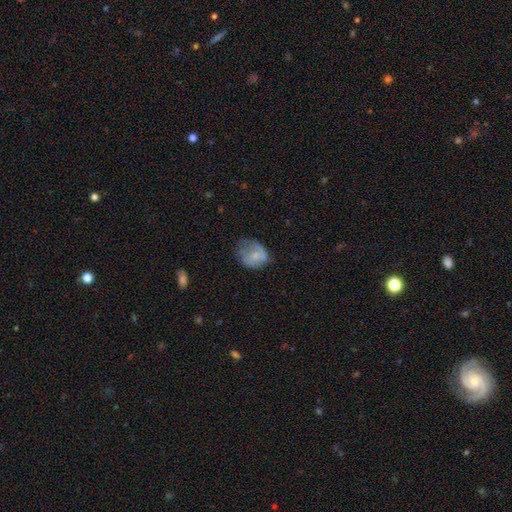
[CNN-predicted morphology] smooth 59%, featured or disk 33%, star or artifact 8%. Down the decision tree: how rounded — in between (51%); merging — minor disturbance (35%).